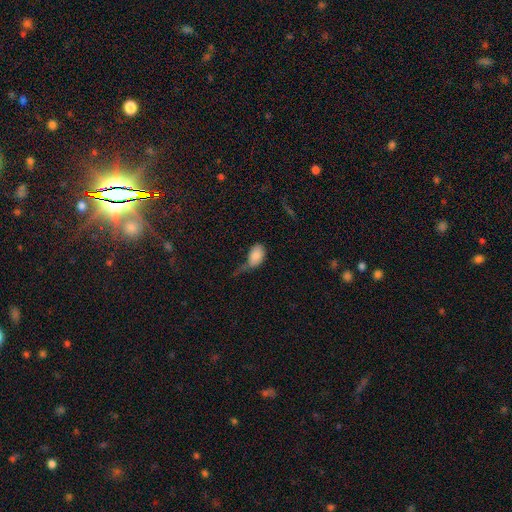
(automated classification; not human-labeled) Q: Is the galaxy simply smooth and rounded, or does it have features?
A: smooth — 82%.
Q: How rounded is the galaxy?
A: in between — 89%.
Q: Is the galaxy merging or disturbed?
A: major disturbance — 37%.